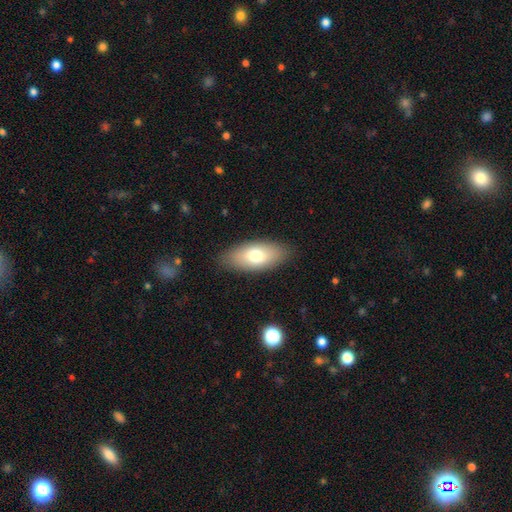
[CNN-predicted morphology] This is likely a smooth galaxy (74%). How rounded: clearly in between (89%). Merging: clearly none (86%).